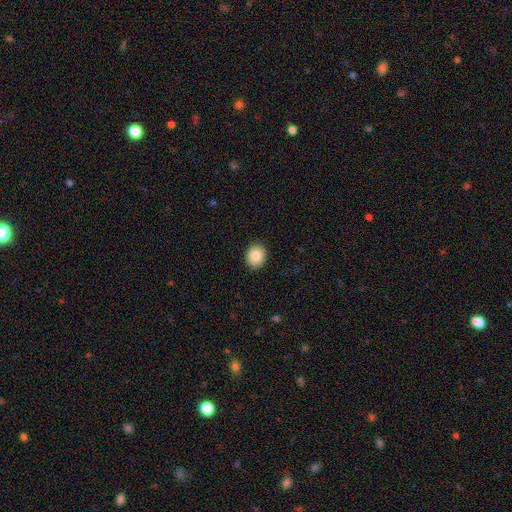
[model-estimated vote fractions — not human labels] A smooth galaxy with no disk features (86%) that is round (63%).

Vote fractions:
- Smooth or featured? smooth: 86% / star or artifact: 8% / featured or disk: 6%
- How rounded? round: 63% / in between: 36% / cigar-shaped: 1%
- Merging? none: 90% / minor disturbance: 7% / major disturbance: 2% / merger: 1%